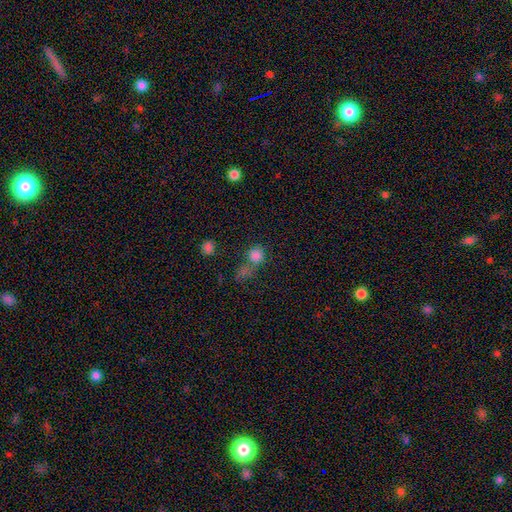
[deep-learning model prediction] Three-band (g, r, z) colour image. It shows a smooth galaxy with no disk features (77%) that is round (84%). Merging: none (47%).